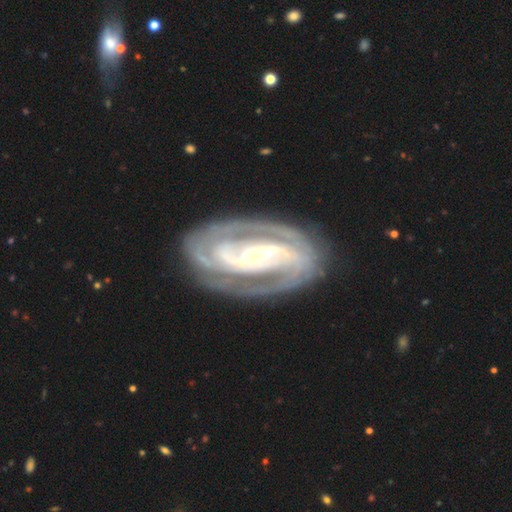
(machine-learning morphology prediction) The model was most divided on "bulge size": small: 58%, moderate: 32%, large: 6%, none: 2%, dominant: 1%. More confident: spiral arms — yes (95%); edge-on disk — no (95%); smooth or featured — featured or disk (90%); merging — none (79%); spiral arm count — 2 (69%); bar — strong (67%); spiral winding — tight (61%).